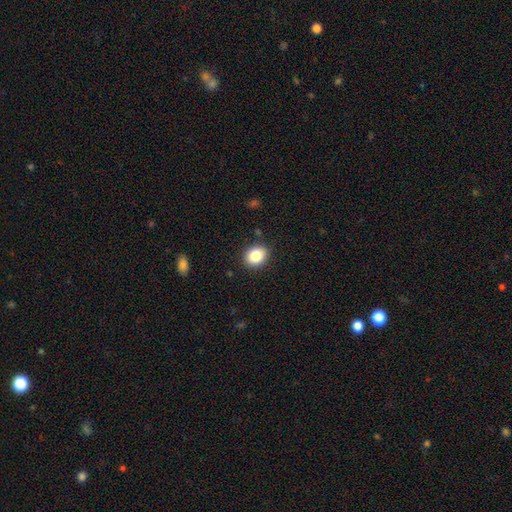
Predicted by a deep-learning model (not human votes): This is clearly a smooth galaxy (85%). How rounded: possibly round (53%). Merging: clearly none (89%).